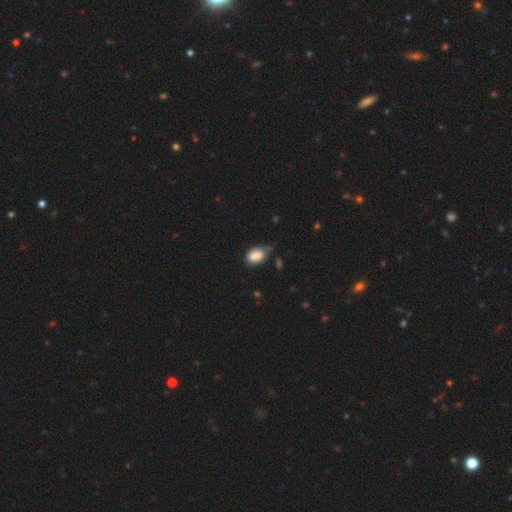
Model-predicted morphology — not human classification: Smooth or featured? Predicted: smooth (p=0.84). How rounded? Predicted: in between (p=0.89). Merging? Predicted: none (p=0.57).